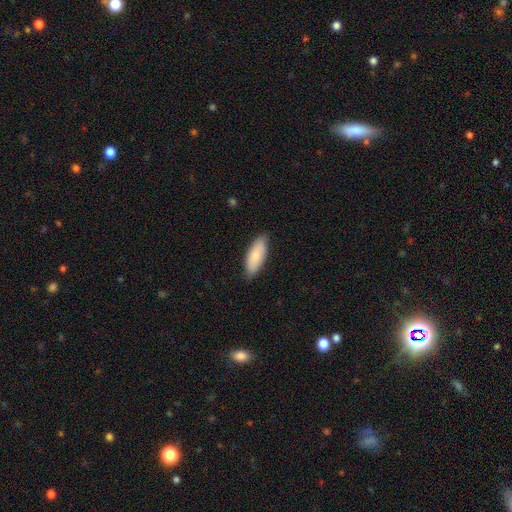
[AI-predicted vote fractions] A smooth galaxy with no disk features (82%) that is in between round and cigar-shaped (79%). Merging: none (82%).